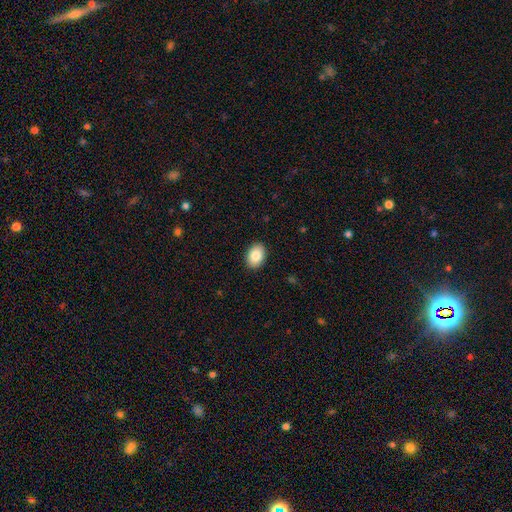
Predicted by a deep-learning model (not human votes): A smooth galaxy with no disk features (86%) that is in between round and cigar-shaped (79%).

Vote fractions:
- Smooth or featured? smooth: 86% / star or artifact: 7% / featured or disk: 7%
- How rounded? in between: 79% / round: 20% / cigar-shaped: 1%
- Merging? none: 90% / minor disturbance: 7% / major disturbance: 2% / merger: 1%